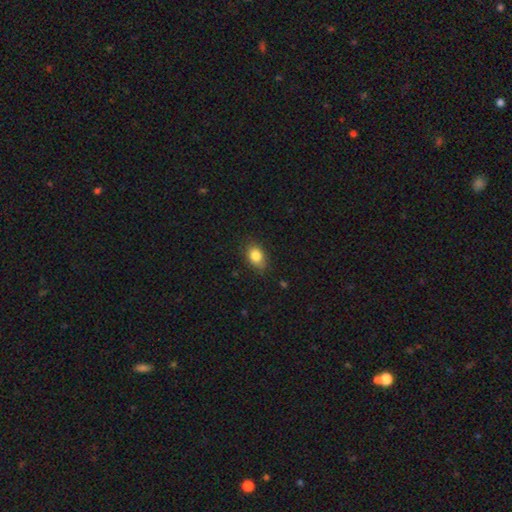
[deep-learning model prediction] Smooth or featured: smooth — 83% (star or artifact — 9%)
How rounded: in between — 76% (round — 22%)
Merging: none — 78% (minor disturbance — 18%)